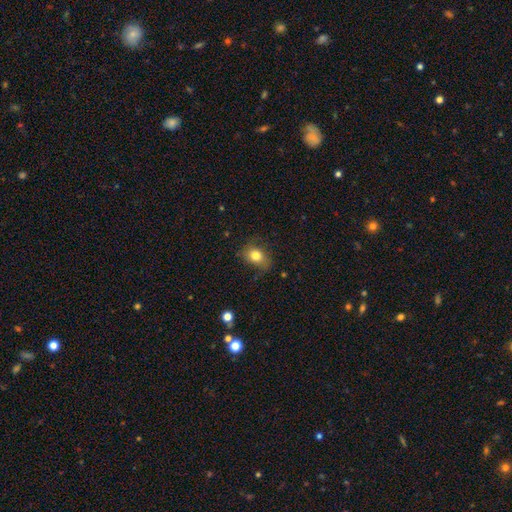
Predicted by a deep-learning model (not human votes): Overall: smooth (77%). How rounded: in between (60%; round 38%). Merging: none (67%).